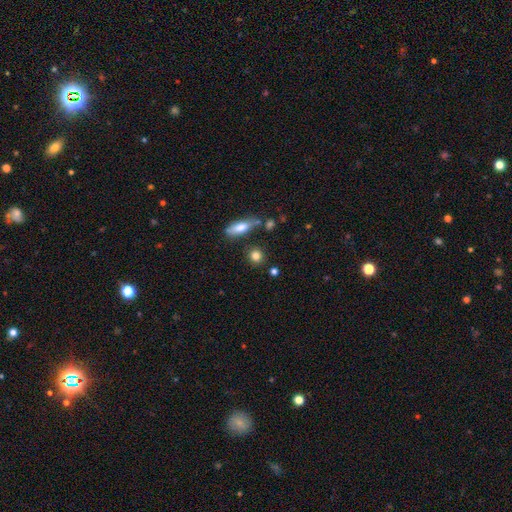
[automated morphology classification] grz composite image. It shows a smooth galaxy with no disk features (81%) that is round (80%). Merging: none (80%).